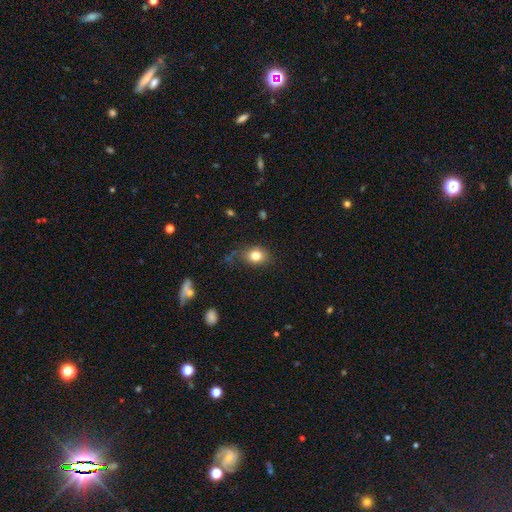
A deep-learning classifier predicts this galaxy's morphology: Q: Smooth or featured?
A: smooth (80%); runner-up: star or artifact (10%)
Q: How rounded?
A: in between (55%); runner-up: round (44%)
Q: Merging?
A: none (71%); runner-up: minor disturbance (20%)